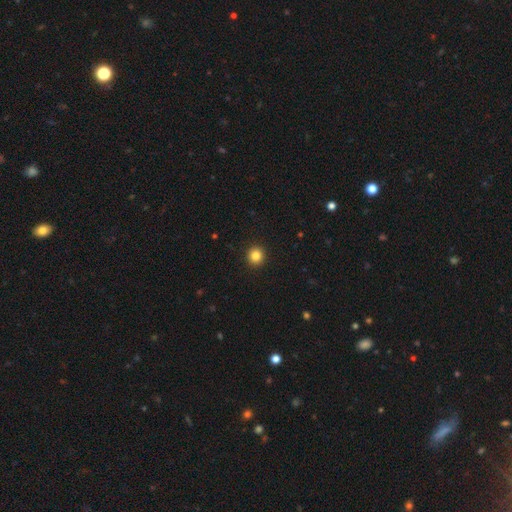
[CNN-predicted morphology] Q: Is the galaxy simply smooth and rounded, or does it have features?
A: smooth — 84%.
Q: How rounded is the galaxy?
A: round — 93%.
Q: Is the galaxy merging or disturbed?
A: none — 93%.